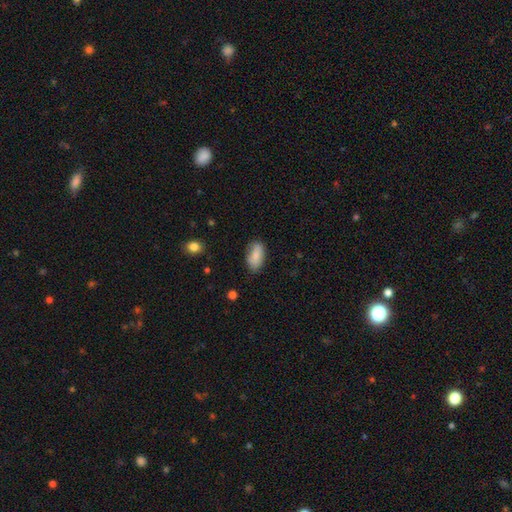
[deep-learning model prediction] Morphology: type=smooth (83%); roundness=in between (92%); merging=none (76%).